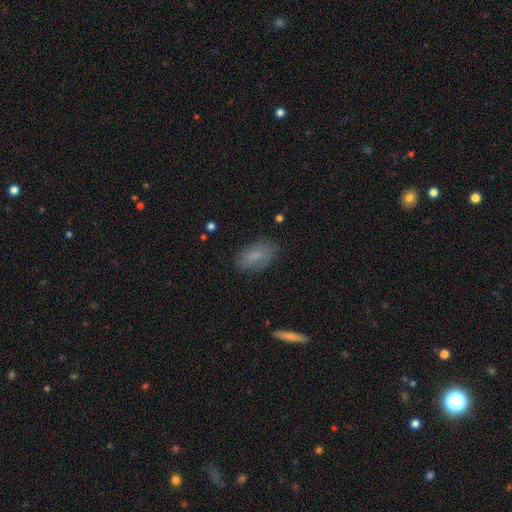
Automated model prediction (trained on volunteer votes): A smooth galaxy with no disk features (77%) that is in between round and cigar-shaped (91%). Merging: none (78%).